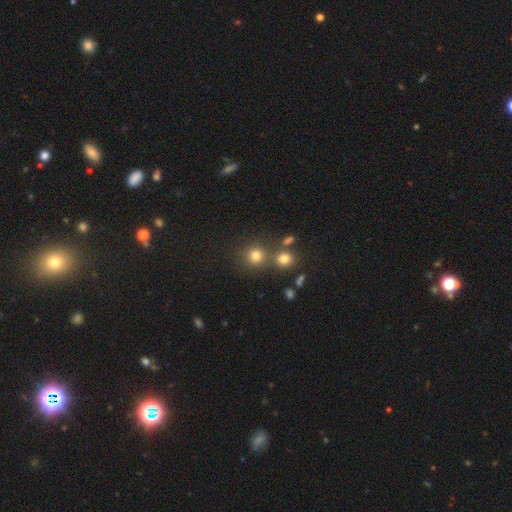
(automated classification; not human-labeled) Overall: smooth (77%). How rounded: round (90%). Merging: none (68%).